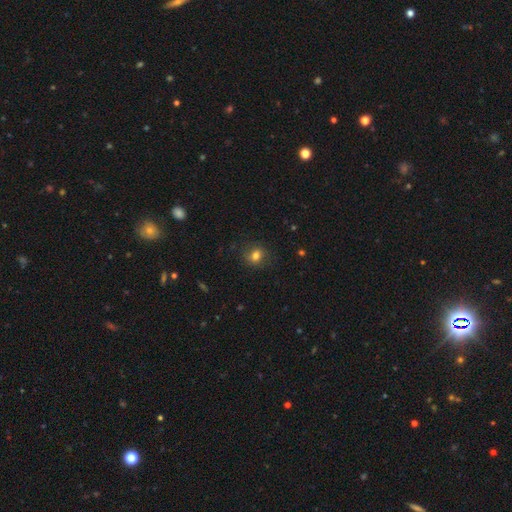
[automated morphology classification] The model was most divided on "how rounded": round: 69%, in between: 30%, cigar-shaped: 1%. More confident: merging — none (78%); smooth or featured — smooth (74%).